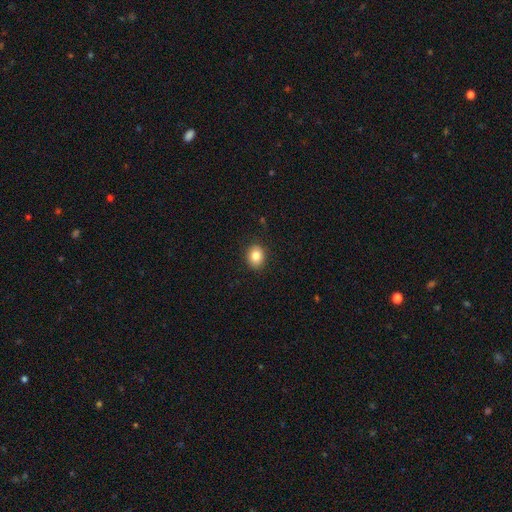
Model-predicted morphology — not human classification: A smooth galaxy with no disk features (84%) that is round (57%). Merging: none (89%).